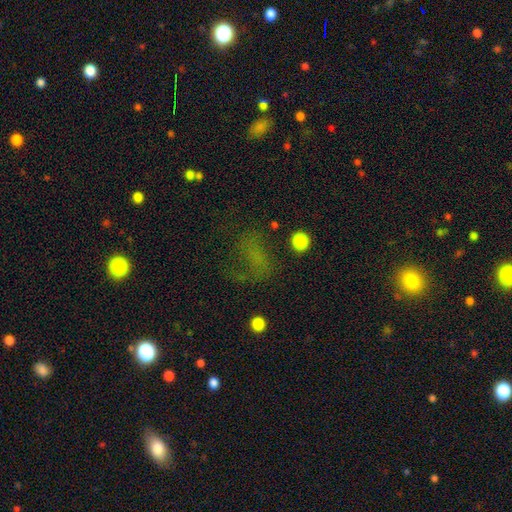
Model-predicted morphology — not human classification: A smooth galaxy with no disk features (42%).

Vote fractions:
- Smooth or featured? smooth: 42% / star or artifact: 34% / featured or disk: 24%
- Merging? none: 48% / major disturbance: 30% / minor disturbance: 19% / merger: 3%